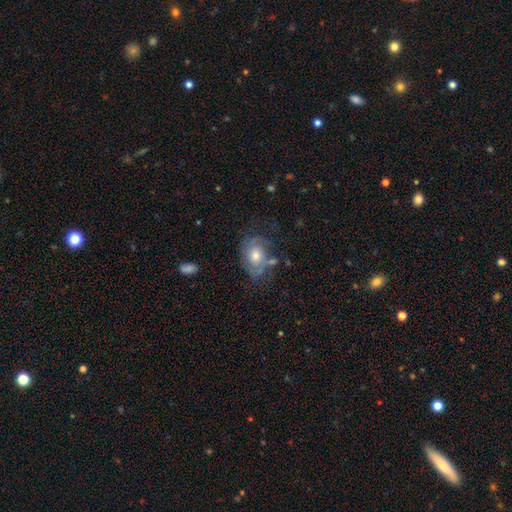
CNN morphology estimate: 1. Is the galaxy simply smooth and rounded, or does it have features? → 57% featured or disk, 34% smooth, 9% star or artifact.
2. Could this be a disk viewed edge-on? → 96% no, 4% yes.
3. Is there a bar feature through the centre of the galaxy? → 81% no, 17% weak, 3% strong.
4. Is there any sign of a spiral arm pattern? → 70% yes, 30% no.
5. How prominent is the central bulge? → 68% moderate, 19% small, 10% large, 2% none, 1% dominant.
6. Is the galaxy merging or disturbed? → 52% none, 26% minor disturbance, 16% major disturbance, 6% merger.